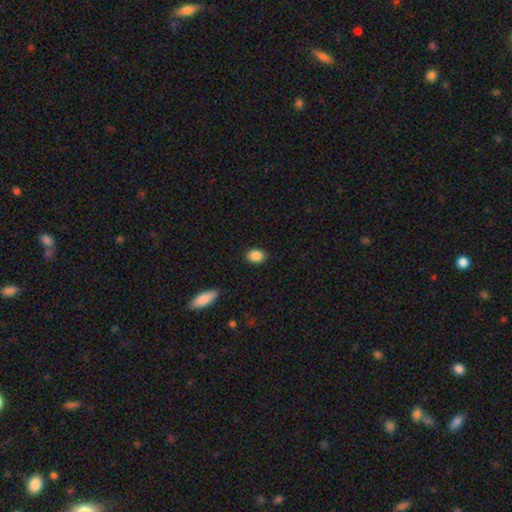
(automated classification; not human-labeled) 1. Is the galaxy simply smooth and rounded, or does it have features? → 88% smooth, 8% star or artifact, 4% featured or disk.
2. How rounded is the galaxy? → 67% in between, 32% round, 1% cigar-shaped.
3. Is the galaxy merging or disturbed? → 88% none, 9% minor disturbance, 2% major disturbance, 1% merger.